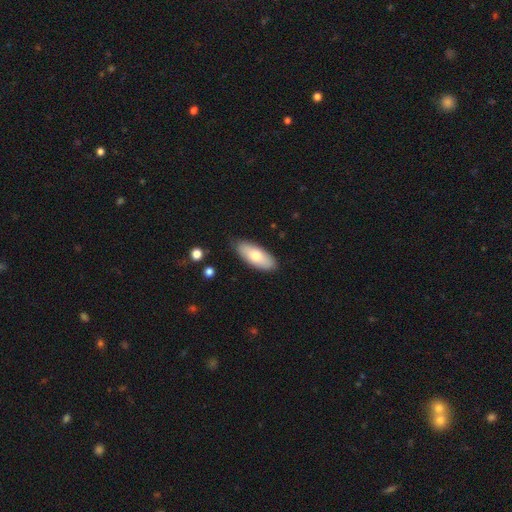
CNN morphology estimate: A smooth galaxy with no disk features (73%) that is in between round and cigar-shaped (82%).

Vote fractions:
- Smooth or featured? smooth: 73% / featured or disk: 21% / star or artifact: 6%
- How rounded? in between: 82% / cigar-shaped: 16% / round: 2%
- Merging? none: 83% / minor disturbance: 13% / major disturbance: 2% / merger: 1%